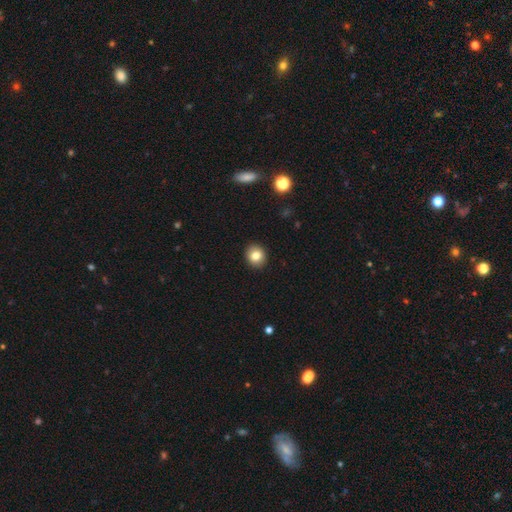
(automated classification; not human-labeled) This is clearly a smooth galaxy (82%). How rounded: clearly round (81%). Merging: clearly none (92%).